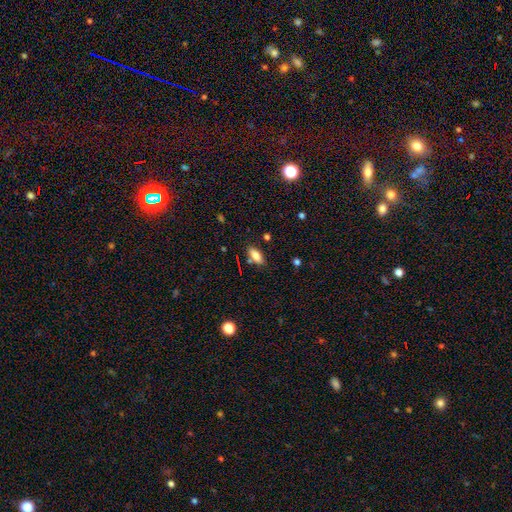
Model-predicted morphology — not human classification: smooth_or_featured: smooth (p=0.79) [alt: featured or disk p=0.12]
how_rounded: in between (p=0.81) [alt: cigar-shaped p=0.16]
merging: none (p=0.77) [alt: minor disturbance p=0.13]